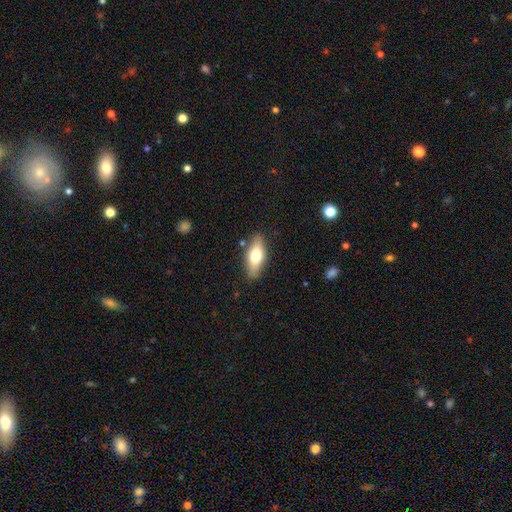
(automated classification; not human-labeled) This appears to be a smooth galaxy with no disk features (68%) that is in between round and cigar-shaped (75%). Merging: none (84%).